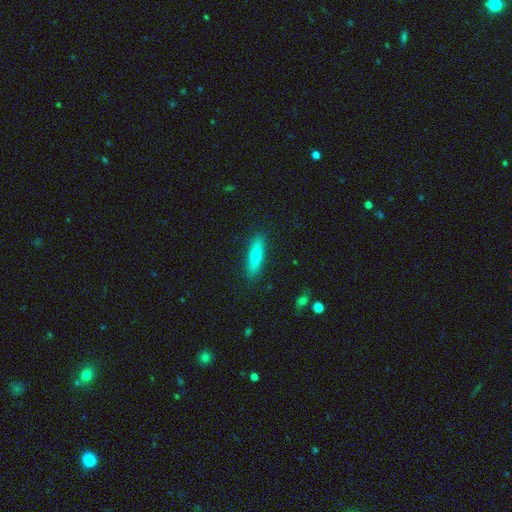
Smooth or featured?
  - smooth: 59% *
  - featured or disk: 38%
  - star or artifact: 3%
How rounded?
  - cigar-shaped: 78% *
  - in between: 22%
  - round: 0%
Merging?
  - none: 89% *
  - minor disturbance: 8%
  - major disturbance: 3%
  - merger: 0%